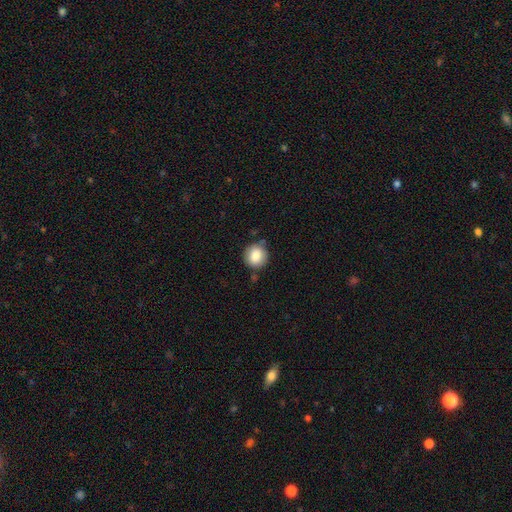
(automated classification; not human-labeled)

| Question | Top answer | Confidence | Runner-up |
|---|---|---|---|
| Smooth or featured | smooth | 85% | star or artifact (8%) |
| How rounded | round | 91% | in between (8%) |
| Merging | none | 81% | minor disturbance (12%) |